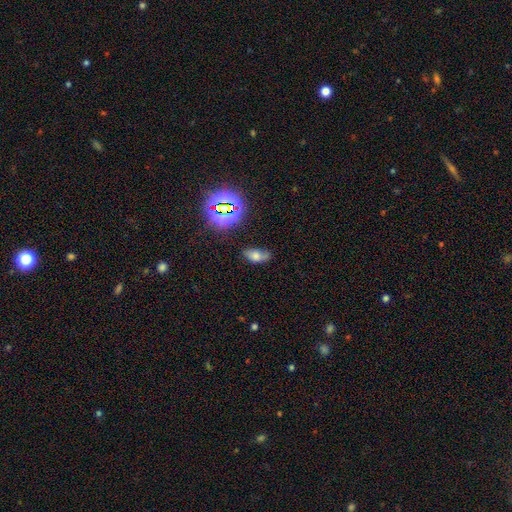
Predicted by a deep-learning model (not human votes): A smooth galaxy with no disk features (62%) that is in between round and cigar-shaped (88%). Merging: none (59%).